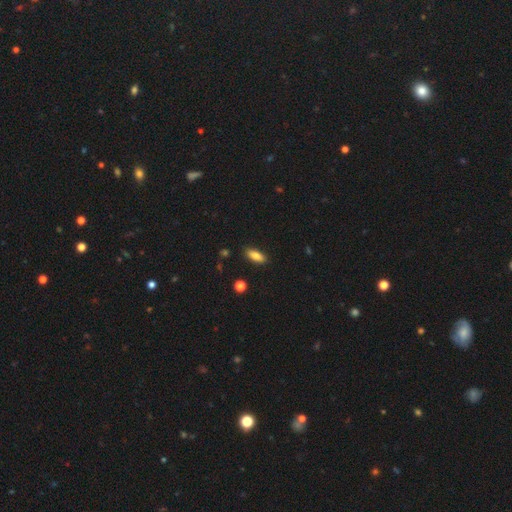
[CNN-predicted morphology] Smooth or featured?
  - smooth: 83% *
  - featured or disk: 9%
  - star or artifact: 8%
How rounded?
  - in between: 75% *
  - cigar-shaped: 23%
  - round: 3%
Merging?
  - none: 86% *
  - minor disturbance: 10%
  - major disturbance: 2%
  - merger: 1%